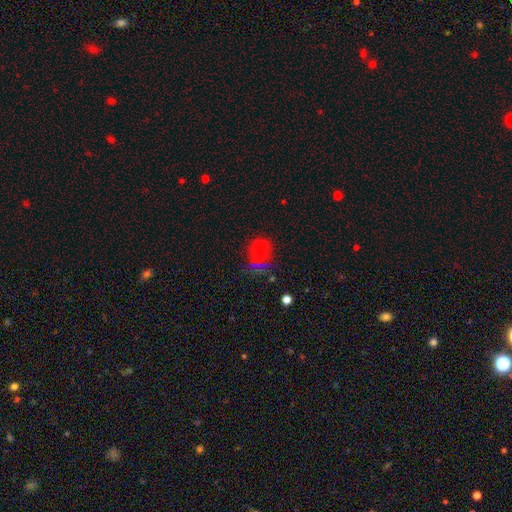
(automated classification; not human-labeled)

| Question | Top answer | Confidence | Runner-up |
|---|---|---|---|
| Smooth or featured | smooth | 48% | star or artifact (27%) |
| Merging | none | 49% | major disturbance (24%) |